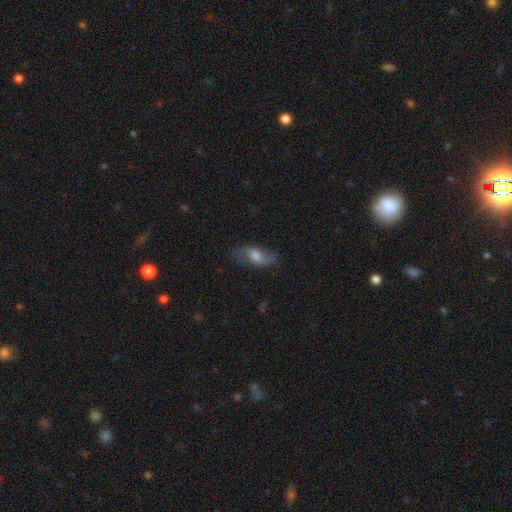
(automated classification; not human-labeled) The model was most divided on "smooth or featured": featured or disk: 57%, smooth: 34%, star or artifact: 9%. More confident: edge-on disk — no (86%); merging — none (76%).